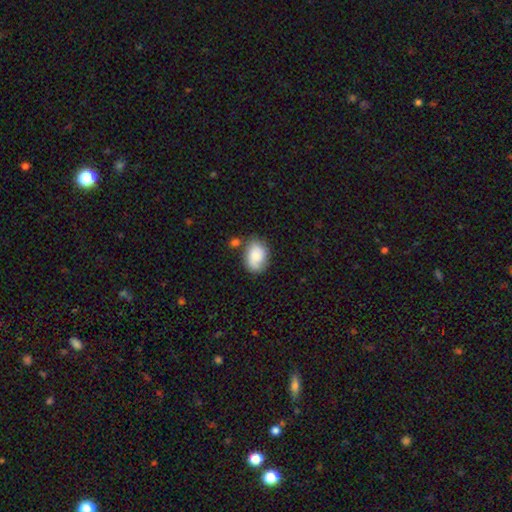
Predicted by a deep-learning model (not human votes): smooth 80%, featured or disk 12%, star or artifact 7%. Down the decision tree: how rounded — in between (79%); merging — none (60%).